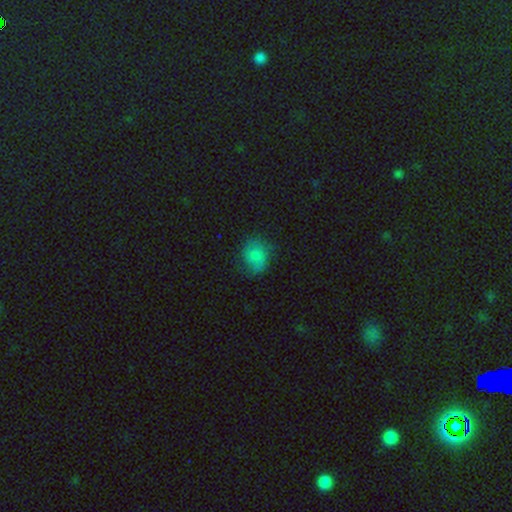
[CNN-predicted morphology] smooth-or-featured: smooth: 69% | featured or disk: 20% | star or artifact: 10%
  how-rounded: round: 60% | in between: 39% | cigar-shaped: 1%
  merging: none: 63% | minor disturbance: 25% | major disturbance: 10% | merger: 2%